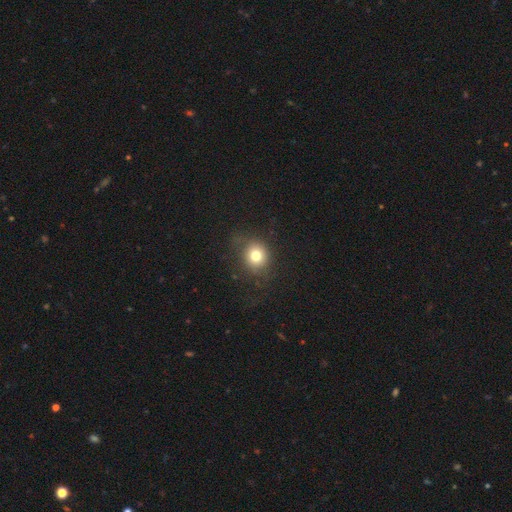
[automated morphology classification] Smooth or featured?
  - smooth: 76% *
  - star or artifact: 14%
  - featured or disk: 10%
How rounded?
  - round: 78% *
  - in between: 21%
  - cigar-shaped: 1%
Merging?
  - none: 76% *
  - minor disturbance: 15%
  - major disturbance: 7%
  - merger: 1%